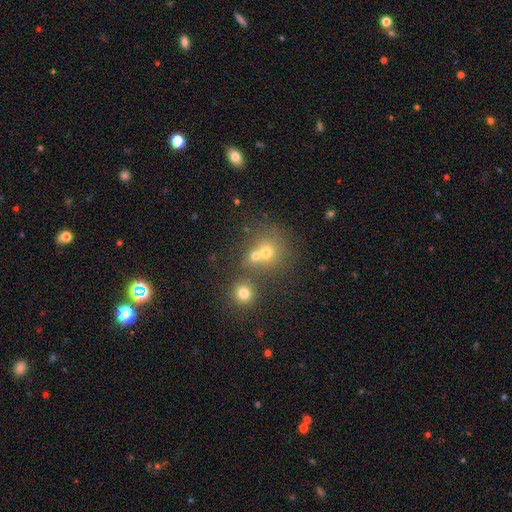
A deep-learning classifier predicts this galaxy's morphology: The model was most divided on "merging": none: 46%, merger: 43%, minor disturbance: 8%, major disturbance: 4%. More confident: how rounded — round (81%); smooth or featured — smooth (68%).